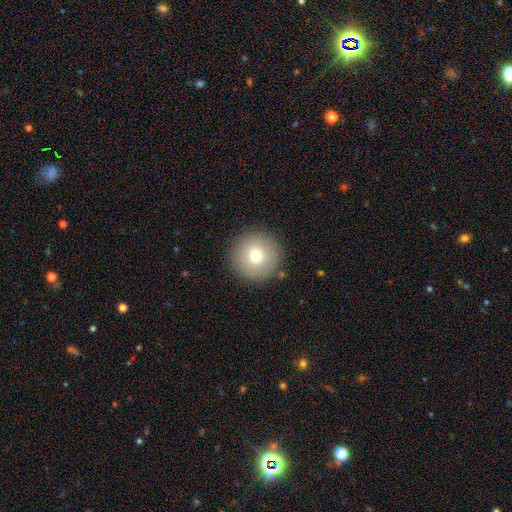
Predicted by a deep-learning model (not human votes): Q: Smooth or featured?
A: smooth (75%); runner-up: featured or disk (14%)
Q: How rounded?
A: round (96%); runner-up: in between (3%)
Q: Merging?
A: none (89%); runner-up: minor disturbance (7%)